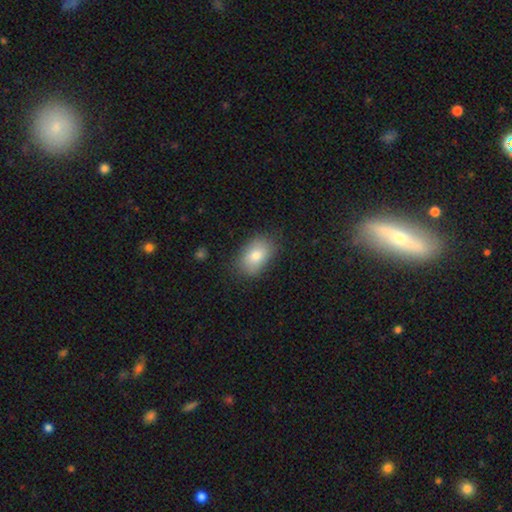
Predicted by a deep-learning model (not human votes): The model was most divided on "merging": none: 79%, minor disturbance: 16%, major disturbance: 4%, merger: 1%. More confident: how rounded — in between (86%); smooth or featured — smooth (80%).